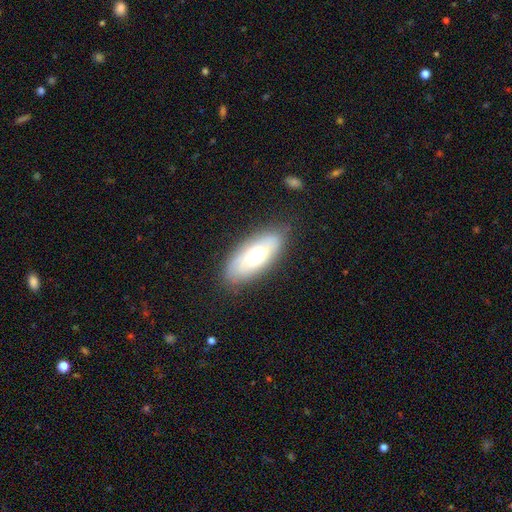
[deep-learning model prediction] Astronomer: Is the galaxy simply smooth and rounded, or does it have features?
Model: smooth — 55% (runner-up: featured or disk, 38%).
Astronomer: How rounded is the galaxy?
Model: in between — 81%.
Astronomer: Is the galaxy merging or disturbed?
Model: none — 77%.